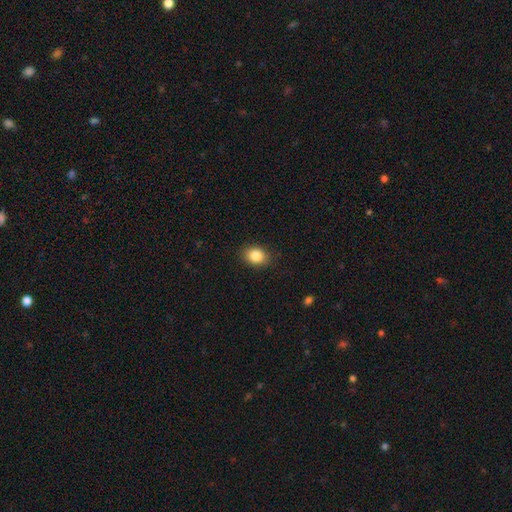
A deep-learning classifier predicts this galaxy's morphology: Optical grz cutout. It shows a smooth galaxy with no disk features (85%) that is in between round and cigar-shaped (60%). Merging: none (87%).